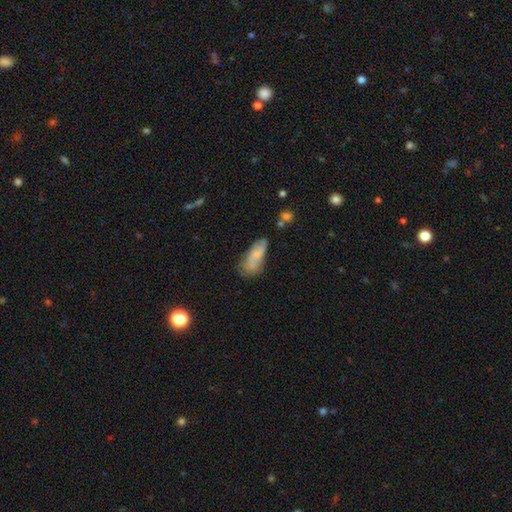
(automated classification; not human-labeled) A smooth galaxy with no disk features (70%) that is in between round and cigar-shaped (76%).

Vote fractions:
- Smooth or featured? smooth: 70% / featured or disk: 23% / star or artifact: 8%
- How rounded? in between: 76% / cigar-shaped: 21% / round: 3%
- Merging? none: 45% / minor disturbance: 33% / major disturbance: 14% / merger: 7%